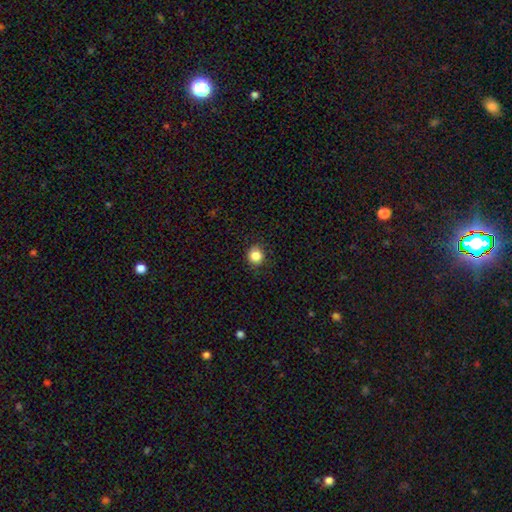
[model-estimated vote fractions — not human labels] Smooth or featured?
  - smooth: 85% *
  - star or artifact: 11%
  - featured or disk: 4%
How rounded?
  - round: 90% *
  - in between: 10%
  - cigar-shaped: 1%
Merging?
  - none: 89% *
  - minor disturbance: 8%
  - major disturbance: 2%
  - merger: 1%